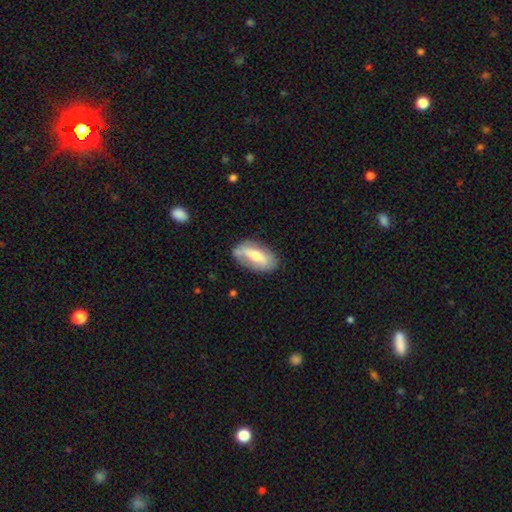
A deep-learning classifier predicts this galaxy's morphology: Q: Smooth or featured?
A: smooth (49%); runner-up: featured or disk (45%)
Q: Merging?
A: none (68%); runner-up: minor disturbance (23%)